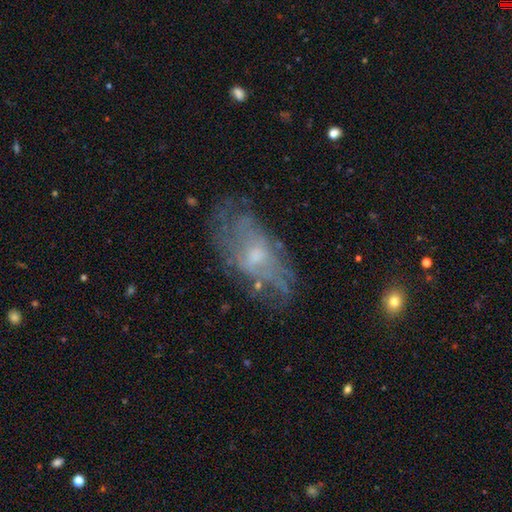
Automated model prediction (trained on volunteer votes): Smooth or featured: featured or disk — 64% (smooth — 25%)
Edge-on disk: no — 91% (yes — 9%)
Bar: no — 67% (weak — 29%)
Spiral arms: yes — 59% (no — 41%)
Bulge size: small — 50% (moderate — 41%)
Merging: none — 61% (minor disturbance — 23%)